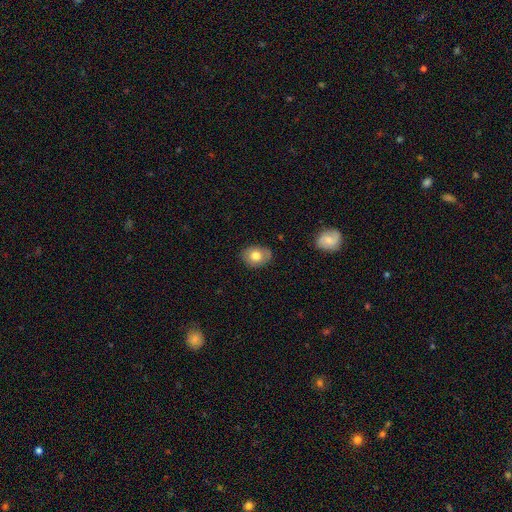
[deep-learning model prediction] This appears to be a smooth galaxy with no disk features (76%) that is in between round and cigar-shaped (67%). Merging: none (81%).